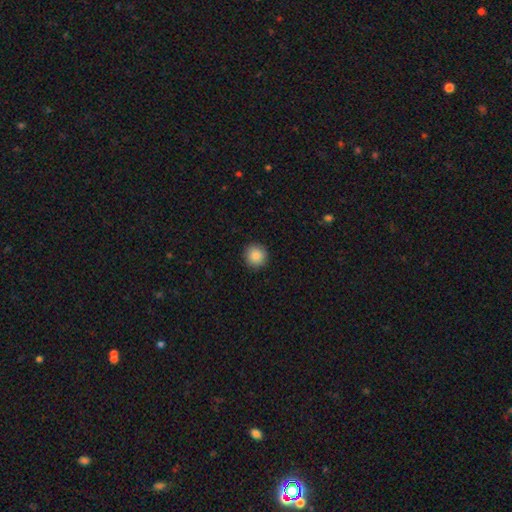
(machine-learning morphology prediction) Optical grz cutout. It shows a smooth galaxy with no disk features (87%) that is round (94%). Merging: none (92%).